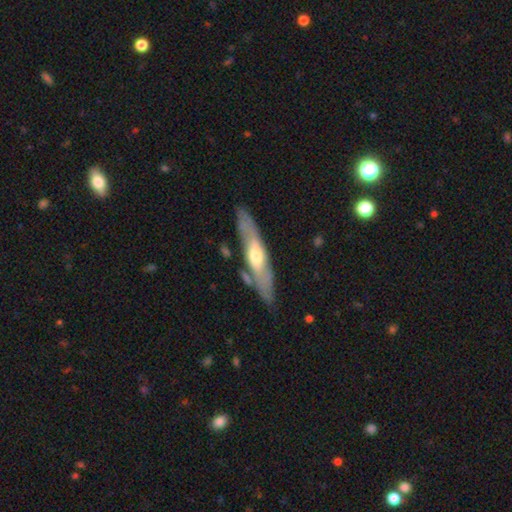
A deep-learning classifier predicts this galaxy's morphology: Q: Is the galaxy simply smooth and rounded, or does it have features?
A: featured or disk — 59%.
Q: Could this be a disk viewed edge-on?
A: yes — 66%.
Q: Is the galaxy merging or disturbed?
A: none — 77%.